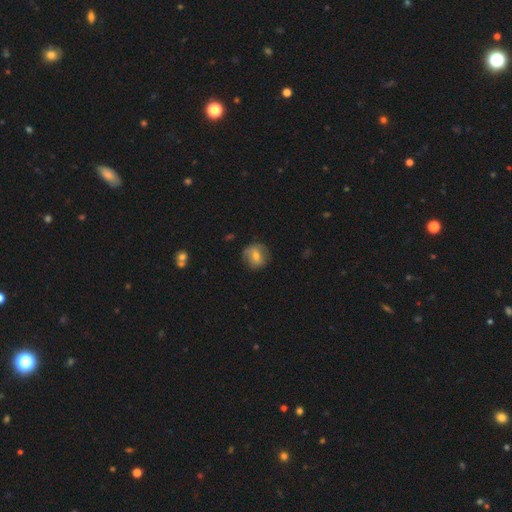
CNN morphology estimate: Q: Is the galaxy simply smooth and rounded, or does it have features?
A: smooth — 59%.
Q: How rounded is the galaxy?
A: round — 79%.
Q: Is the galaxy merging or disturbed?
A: none — 77%.